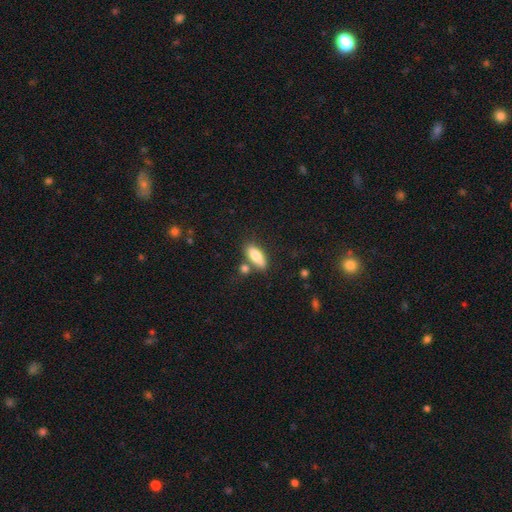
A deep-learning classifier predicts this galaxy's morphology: Q: Smooth or featured?
A: smooth (78%); runner-up: featured or disk (16%)
Q: How rounded?
A: in between (75%); runner-up: cigar-shaped (22%)
Q: Merging?
A: none (71%); runner-up: merger (13%)